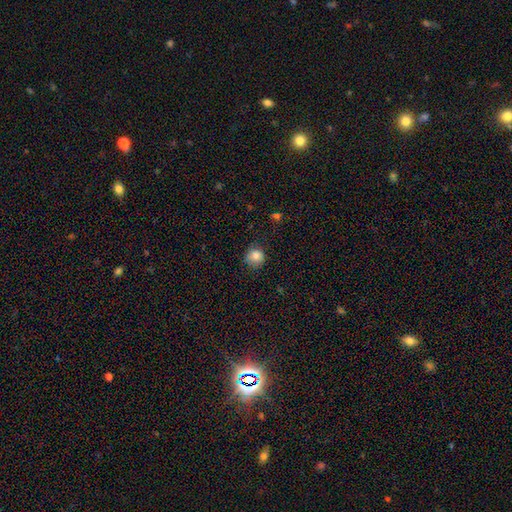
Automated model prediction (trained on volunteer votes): Smooth or featured? Predicted: smooth (p=0.82). How rounded? Predicted: round (p=0.89). Merging? Predicted: none (p=0.79).